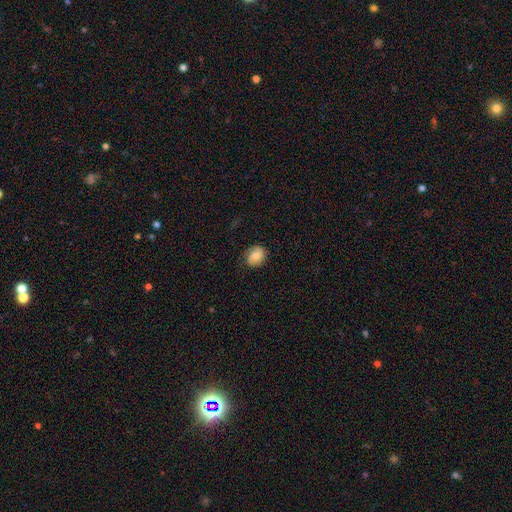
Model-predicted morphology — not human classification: A smooth galaxy with no disk features (78%) that is round (56%). Merging: none (77%).